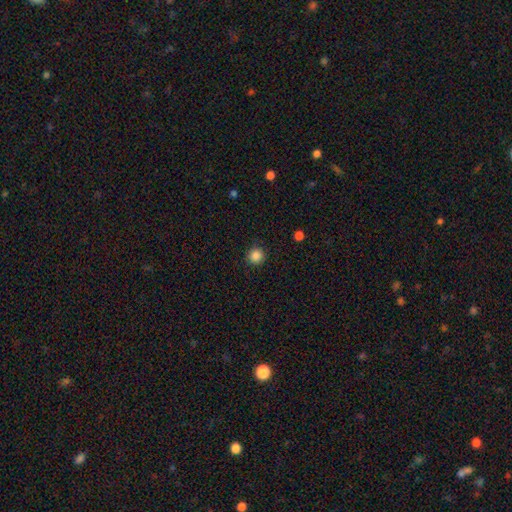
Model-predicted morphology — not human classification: Smooth or featured? smooth (86%)
How rounded? round (92%)
Merging? none (89%)